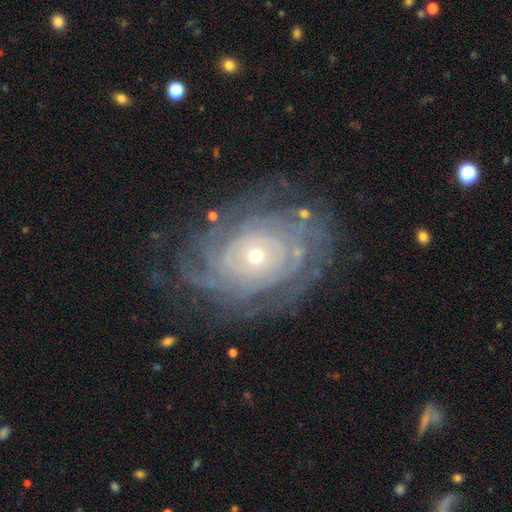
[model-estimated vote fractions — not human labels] A featured or disk galaxy (87%) with no bar (81%), tight (82%) spiral arms (95%) and a small central bulge (64%).

Vote fractions:
- Smooth or featured? featured or disk: 87% / smooth: 6% / star or artifact: 6%
- Edge-on disk? no: 96% / yes: 4%
- Bar? no: 81% / weak: 13% / strong: 6%
- Spiral arms? yes: 95% / no: 5%
- Spiral winding? tight: 82% / medium: 14% / loose: 4%
- Spiral arm count? can't tell: 33% / more than 4: 21% / 4: 17% / 3: 12% / 2: 10% / 1: 7%
- Bulge size? small: 64% / moderate: 32% / large: 2% / dominant: 1% / none: 1%
- Merging? none: 77% / minor disturbance: 15% / major disturbance: 7% / merger: 1%